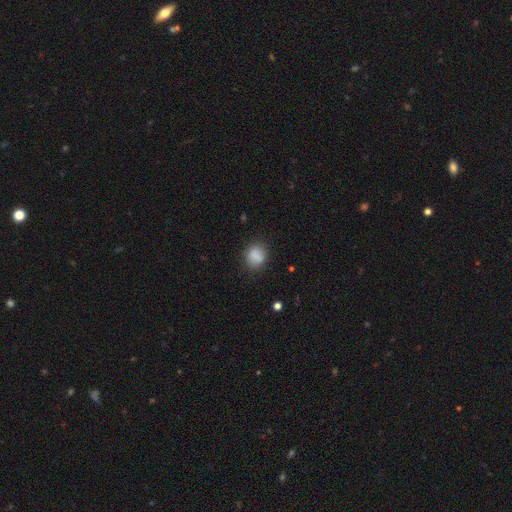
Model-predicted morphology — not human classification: Q: Smooth or featured?
A: smooth (84%); runner-up: star or artifact (9%)
Q: How rounded?
A: round (67%); runner-up: in between (32%)
Q: Merging?
A: none (79%); runner-up: minor disturbance (15%)